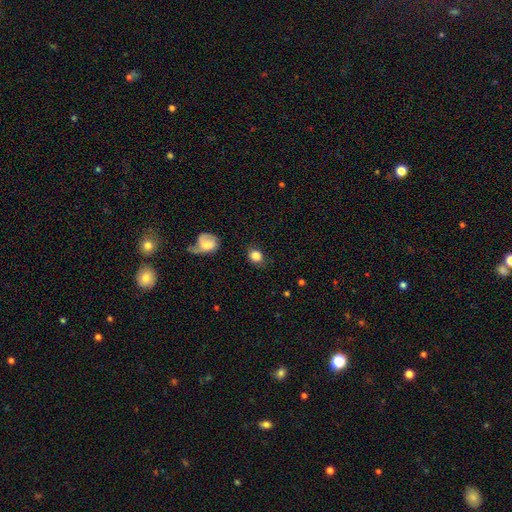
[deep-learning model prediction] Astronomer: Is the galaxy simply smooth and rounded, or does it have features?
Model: smooth — 84%.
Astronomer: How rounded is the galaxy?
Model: round — 60% (runner-up: in between, 39%).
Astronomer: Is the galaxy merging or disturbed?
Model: none — 77%.